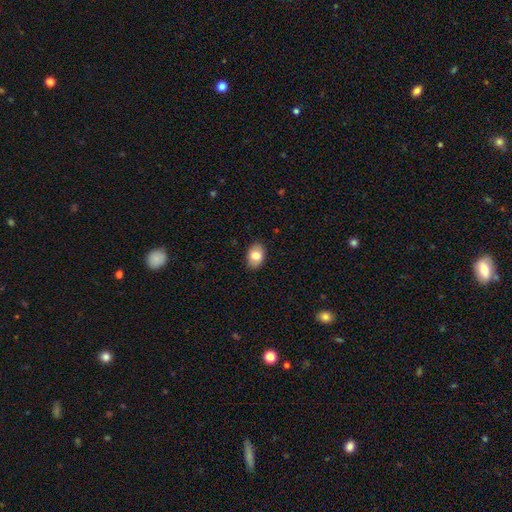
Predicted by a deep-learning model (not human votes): Smooth or featured? Predicted: smooth (p=0.82). How rounded? Predicted: in between (p=0.80). Merging? Predicted: none (p=0.87).